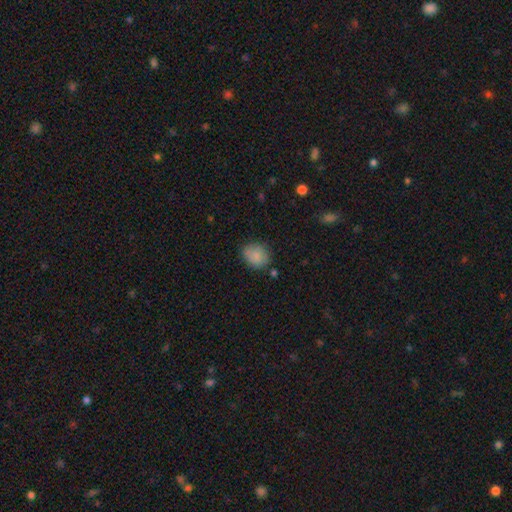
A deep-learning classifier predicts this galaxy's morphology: Q: Smooth or featured?
A: smooth (85%); runner-up: star or artifact (8%)
Q: How rounded?
A: round (51%); runner-up: in between (48%)
Q: Merging?
A: none (74%); runner-up: minor disturbance (19%)